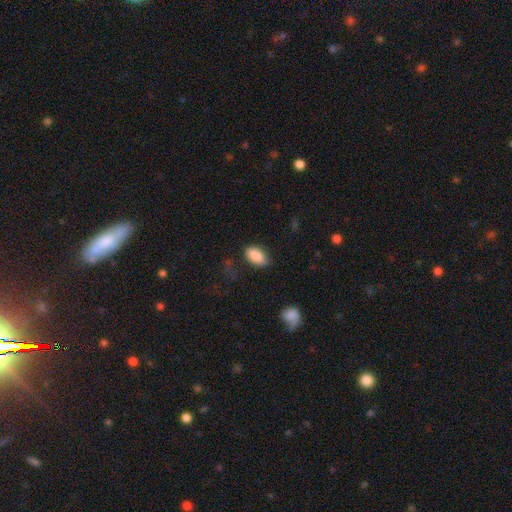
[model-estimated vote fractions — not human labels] Q: Smooth or featured?
A: smooth (88%); runner-up: star or artifact (7%)
Q: How rounded?
A: in between (93%); runner-up: round (5%)
Q: Merging?
A: none (75%); runner-up: minor disturbance (18%)